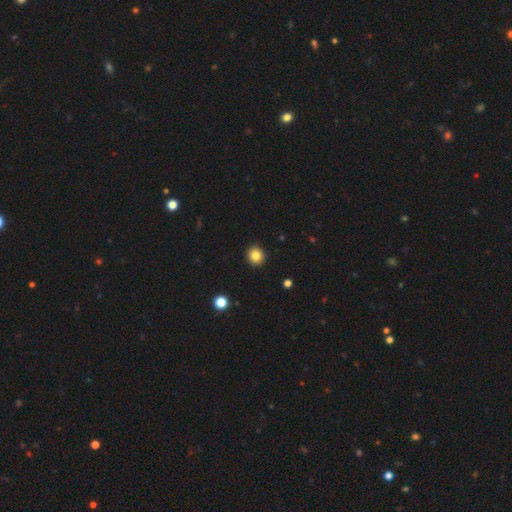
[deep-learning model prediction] Smooth or featured?
  - smooth: 84% *
  - star or artifact: 11%
  - featured or disk: 5%
How rounded?
  - round: 90% *
  - in between: 9%
  - cigar-shaped: 1%
Merging?
  - none: 93% *
  - minor disturbance: 5%
  - major disturbance: 2%
  - merger: 1%